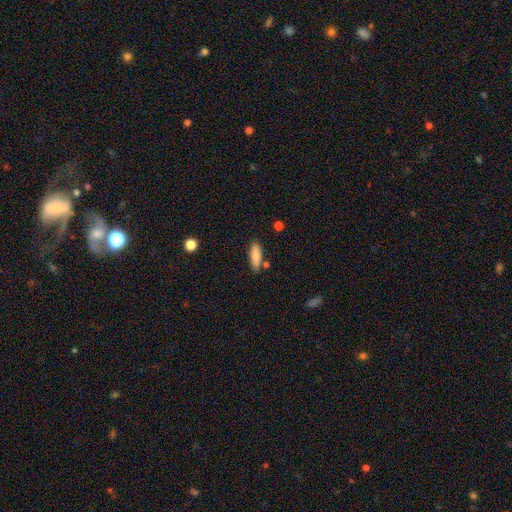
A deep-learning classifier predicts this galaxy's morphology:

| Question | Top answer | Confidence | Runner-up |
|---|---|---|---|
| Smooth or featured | smooth | 83% | featured or disk (10%) |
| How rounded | cigar-shaped | 50% | in between (48%) |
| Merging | none | 79% | minor disturbance (13%) |